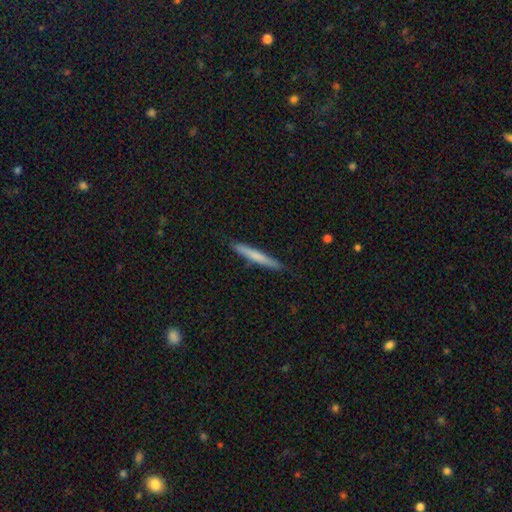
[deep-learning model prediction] This is likely a smooth galaxy (66%). How rounded: clearly cigar-shaped (96%). Merging: clearly none (89%).